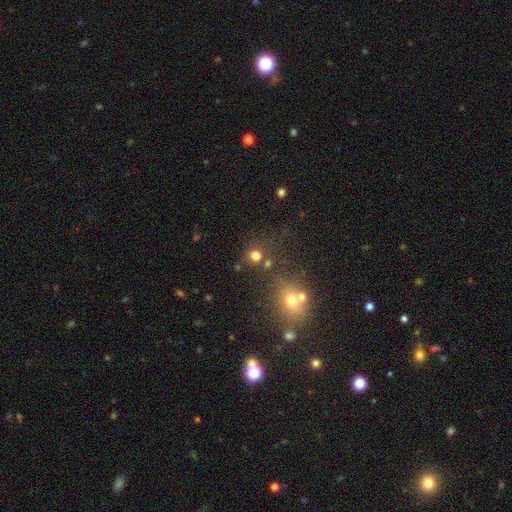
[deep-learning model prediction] Overall: smooth (73%). How rounded: round (88%). Merging: none (73%).